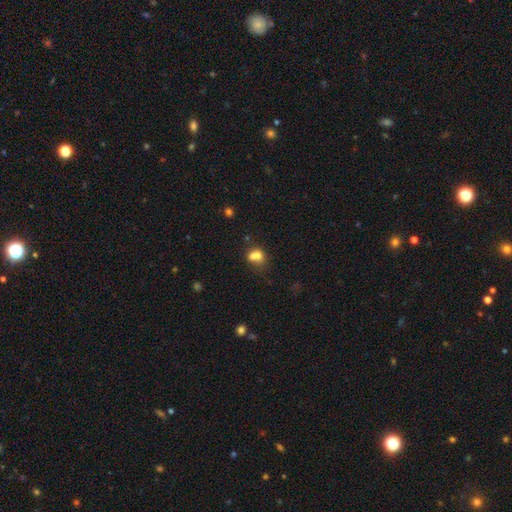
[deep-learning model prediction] This is likely a smooth galaxy (71%). How rounded: possibly round (55%). Merging: possibly merger (55%).